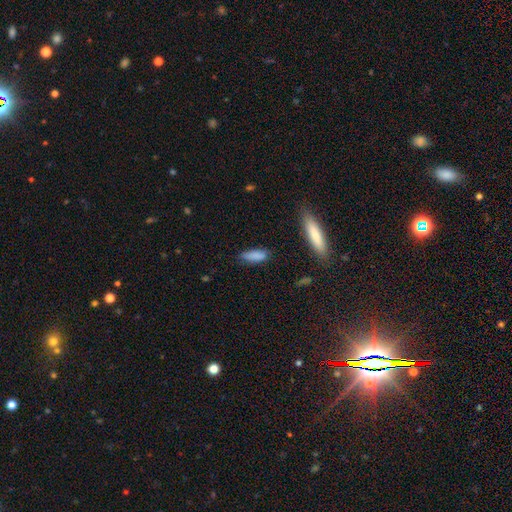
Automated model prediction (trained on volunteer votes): Morphology: type=smooth (85%); roundness=in between (50%); merging=none (74%).